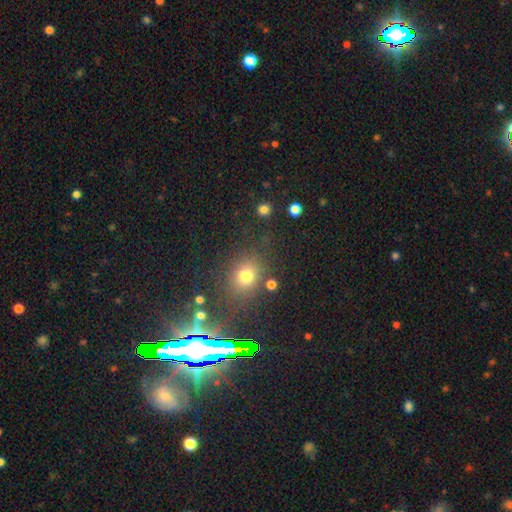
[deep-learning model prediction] A star or artifact, not a galaxy (46%).